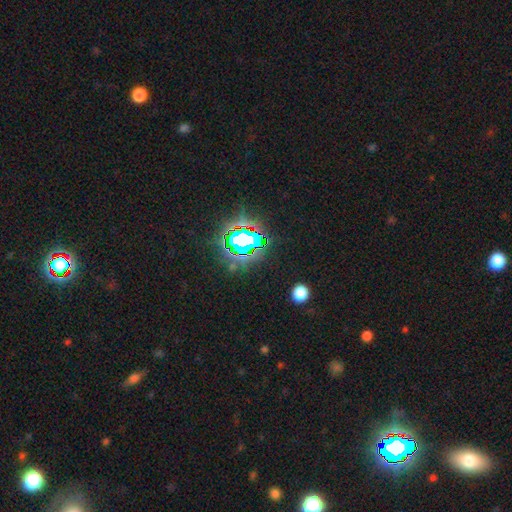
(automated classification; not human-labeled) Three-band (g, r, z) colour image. It shows a star or artifact, not a galaxy (84%).